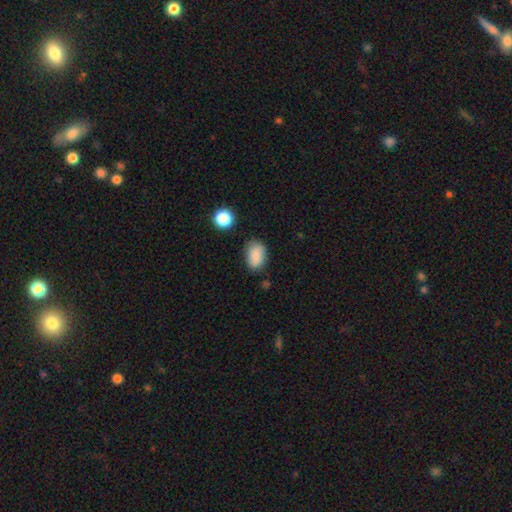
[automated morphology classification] smooth_or_featured: smooth (p=0.85) [alt: star or artifact p=0.08]
how_rounded: in between (p=0.82) [alt: round p=0.16]
merging: none (p=0.74) [alt: minor disturbance p=0.18]